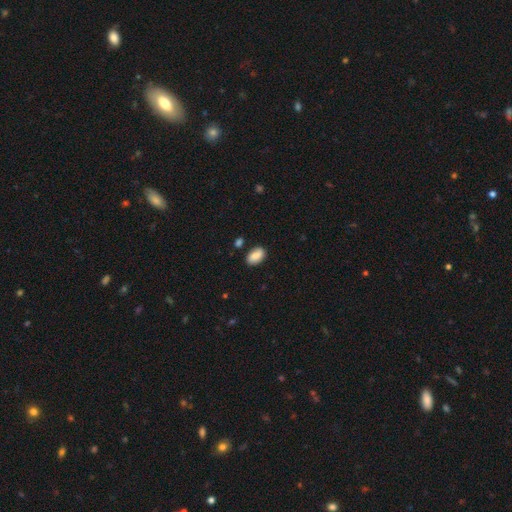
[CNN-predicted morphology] Q: Smooth or featured?
A: smooth (85%); runner-up: featured or disk (8%)
Q: How rounded?
A: in between (92%); runner-up: round (6%)
Q: Merging?
A: none (81%); runner-up: minor disturbance (12%)